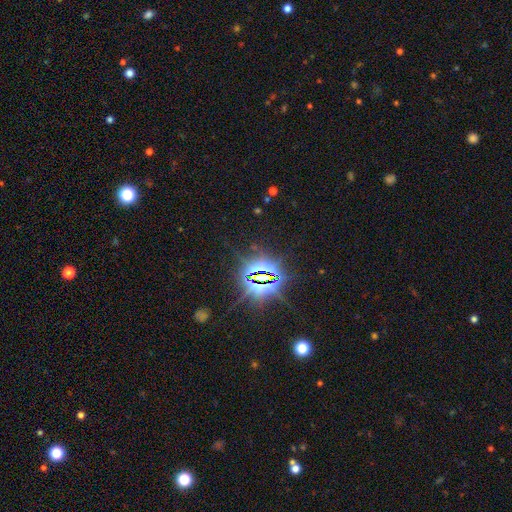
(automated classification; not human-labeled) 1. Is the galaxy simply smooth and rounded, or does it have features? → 84% star or artifact, 10% smooth, 6% featured or disk.